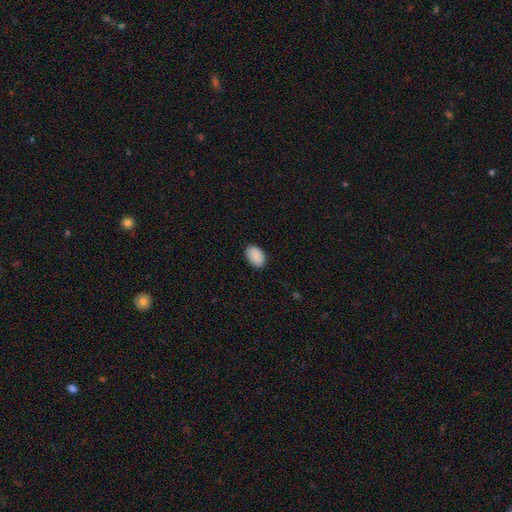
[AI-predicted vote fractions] The model was most divided on "merging": none: 88%, minor disturbance: 9%, major disturbance: 2%, merger: 1%. More confident: smooth or featured — smooth (90%); how rounded — in between (90%).